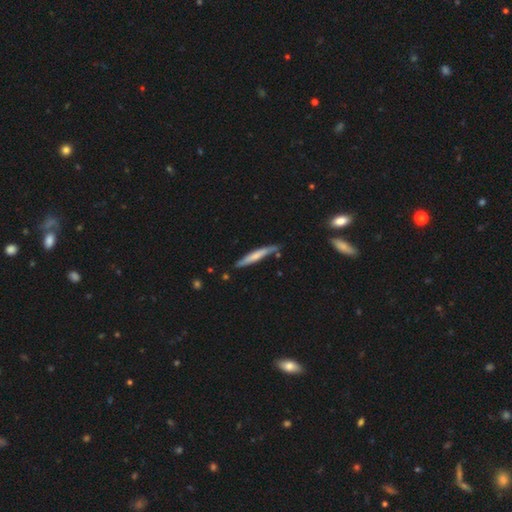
Q: Smooth or featured?
A: featured or disk (56%); runner-up: smooth (36%)
Q: Edge-on disk?
A: yes (95%); runner-up: no (5%)
Q: Edge-on bulge?
A: none (52%); runner-up: boxy (24%)
Q: Merging?
A: none (69%); runner-up: minor disturbance (22%)